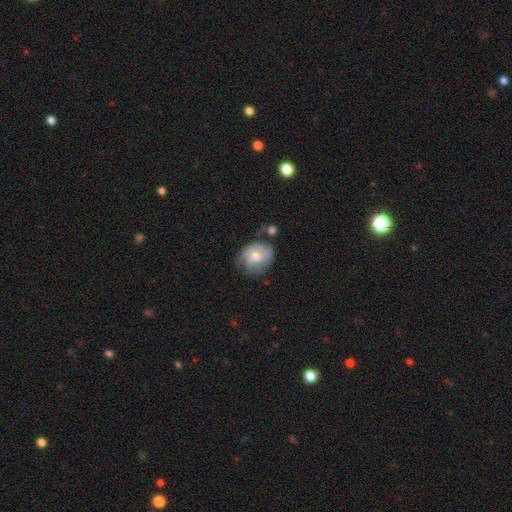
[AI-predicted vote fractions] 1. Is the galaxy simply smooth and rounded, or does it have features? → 54% smooth, 39% featured or disk, 7% star or artifact.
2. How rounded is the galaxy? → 54% round, 45% in between, 1% cigar-shaped.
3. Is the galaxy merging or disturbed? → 44% none, 31% minor disturbance, 17% major disturbance, 7% merger.